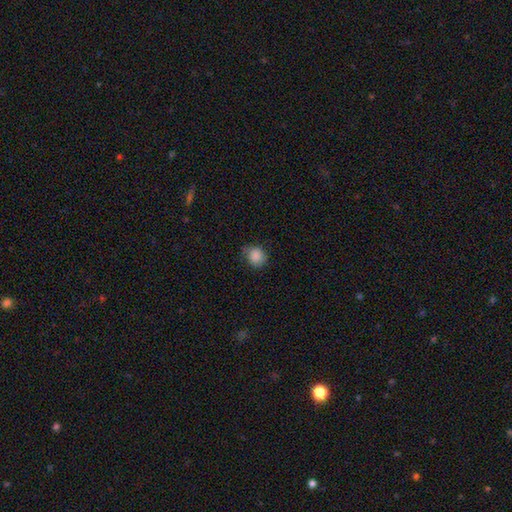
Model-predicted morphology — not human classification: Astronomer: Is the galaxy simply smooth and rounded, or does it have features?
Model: smooth — 87%.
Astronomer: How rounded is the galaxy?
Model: round — 82%.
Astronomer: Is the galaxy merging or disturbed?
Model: none — 67%.